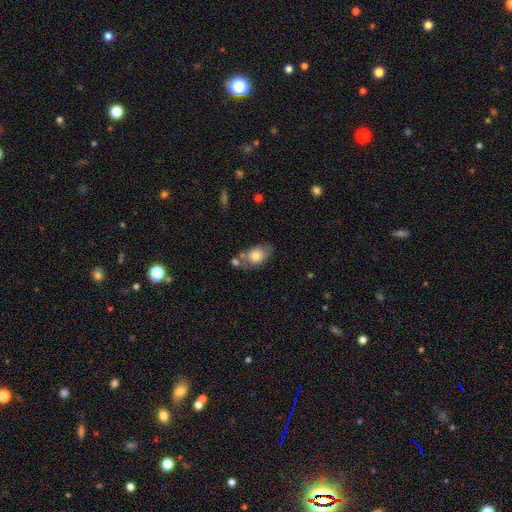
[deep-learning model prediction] Smooth or featured: smooth — 72% (featured or disk — 21%)
How rounded: in between — 84% (round — 14%)
Merging: none — 47% (merger — 25%)